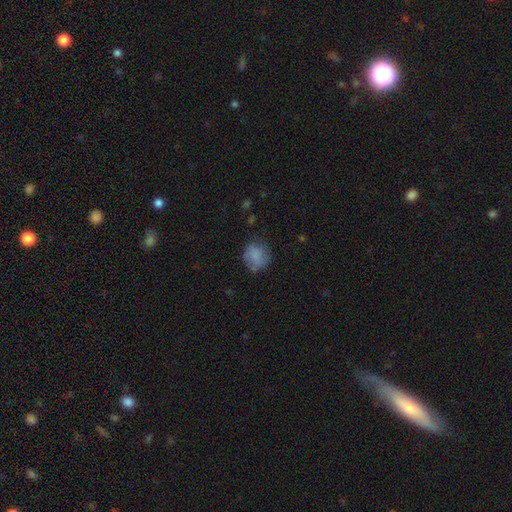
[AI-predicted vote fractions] A smooth galaxy with no disk features (73%) that is round (75%). Merging: none (64%).